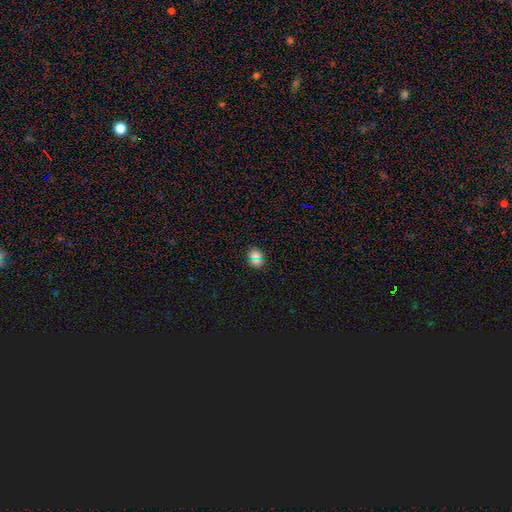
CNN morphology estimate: type=smooth (65%); roundness=round (79%); merging=none (87%).